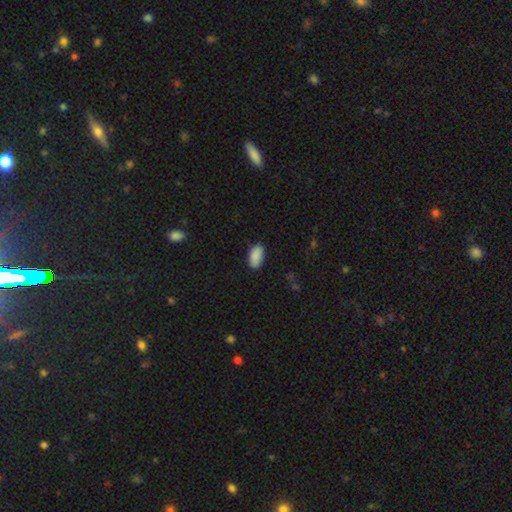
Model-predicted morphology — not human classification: Smooth or featured? smooth (89%)
How rounded? in between (94%)
Merging? none (81%)